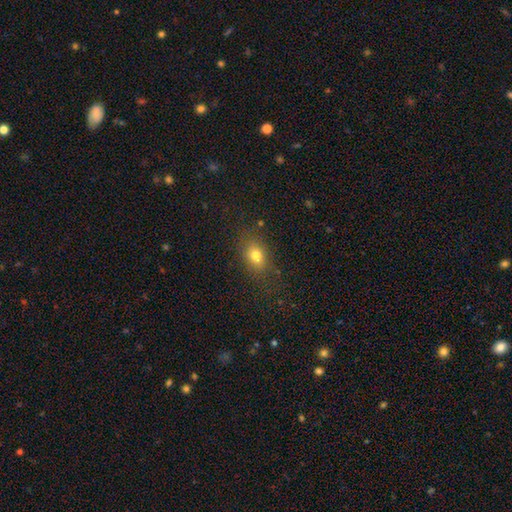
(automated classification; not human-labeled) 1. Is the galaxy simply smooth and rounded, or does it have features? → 77% smooth, 13% star or artifact, 10% featured or disk.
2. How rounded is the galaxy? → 70% in between, 27% round, 3% cigar-shaped.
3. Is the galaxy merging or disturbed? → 79% none, 14% minor disturbance, 5% major disturbance, 2% merger.